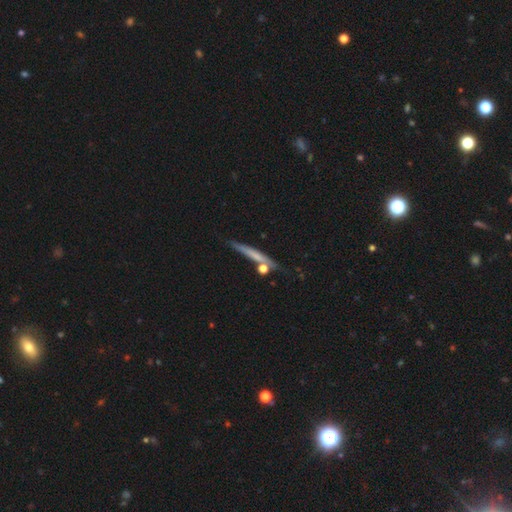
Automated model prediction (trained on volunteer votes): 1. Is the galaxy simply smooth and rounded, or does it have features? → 49% smooth, 43% featured or disk, 8% star or artifact.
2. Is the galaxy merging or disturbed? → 71% none, 15% minor disturbance, 10% merger, 5% major disturbance.